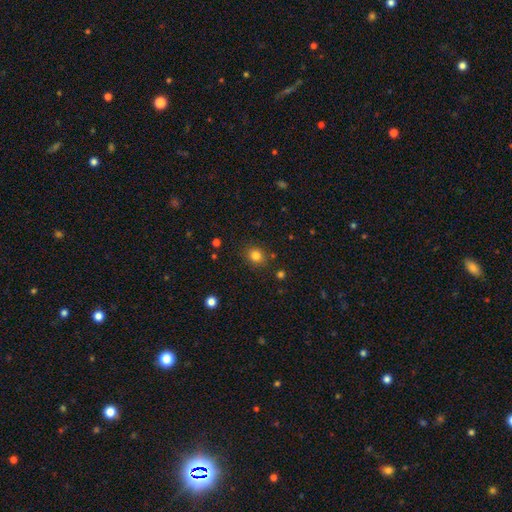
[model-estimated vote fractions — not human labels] Smooth or featured?
  - smooth: 82% *
  - star or artifact: 13%
  - featured or disk: 5%
How rounded?
  - round: 80% *
  - in between: 20%
  - cigar-shaped: 1%
Merging?
  - none: 84% *
  - minor disturbance: 10%
  - major disturbance: 3%
  - merger: 3%